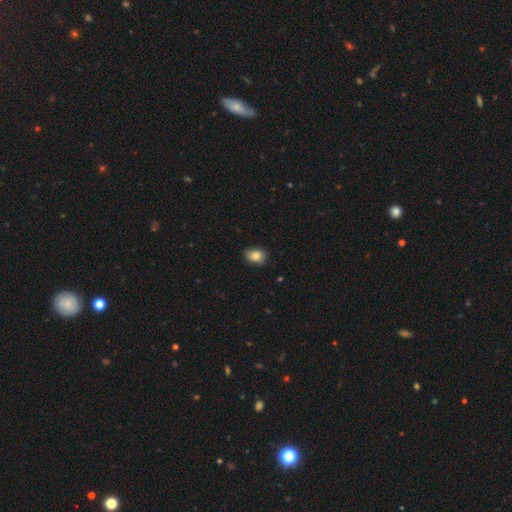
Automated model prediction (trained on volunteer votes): Smooth or featured: smooth — 84% (star or artifact — 9%)
How rounded: in between — 69% (round — 30%)
Merging: none — 84% (minor disturbance — 13%)